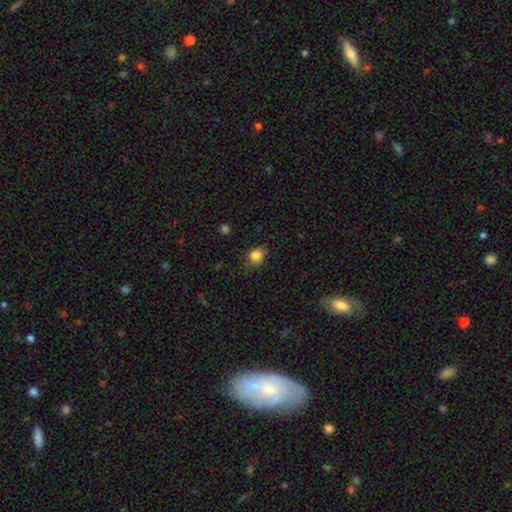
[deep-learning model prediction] This is clearly a smooth galaxy (84%). How rounded: likely round (65%). Merging: likely none (70%).